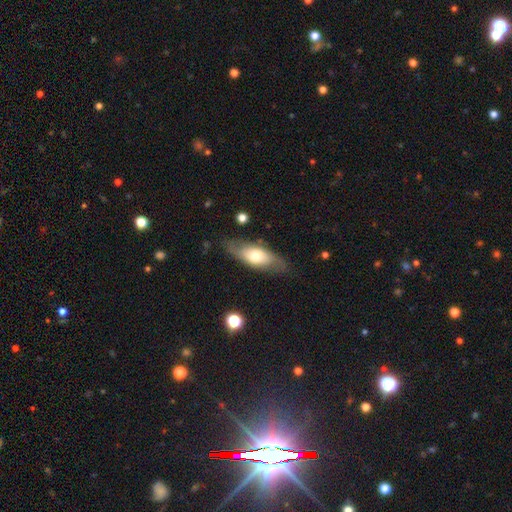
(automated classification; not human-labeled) Smooth or featured? Predicted: smooth (p=0.55). How rounded? Predicted: in between (p=0.74). Merging? Predicted: none (p=0.77).